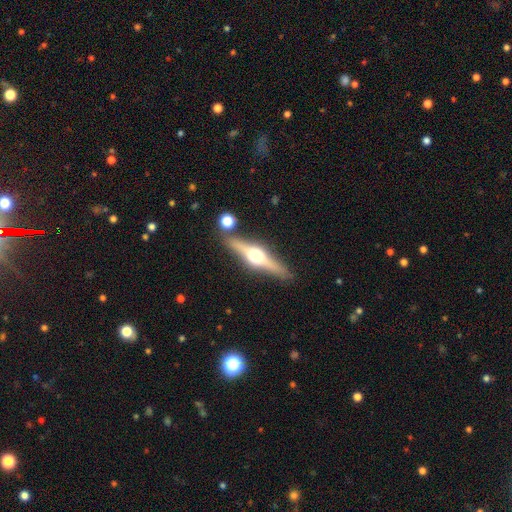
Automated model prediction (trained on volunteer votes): A featured or disk galaxy (77%) viewed edge-on (97%) with a rounded central bulge (96%). Merging: none (82%).